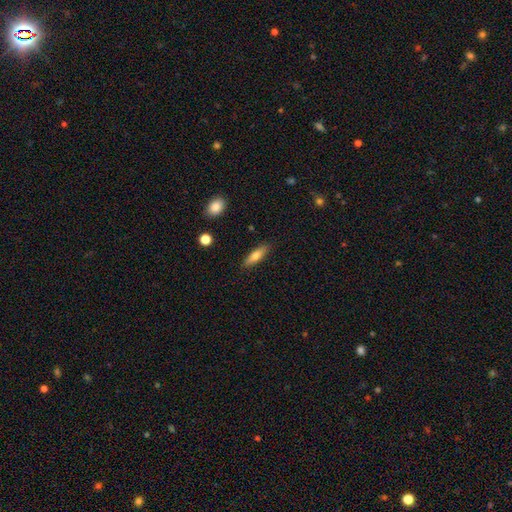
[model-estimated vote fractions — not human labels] smooth-or-featured: smooth: 69% | featured or disk: 24% | star or artifact: 7%
  how-rounded: cigar-shaped: 58% | in between: 39% | round: 2%
  merging: none: 87% | minor disturbance: 9% | major disturbance: 2% | merger: 2%